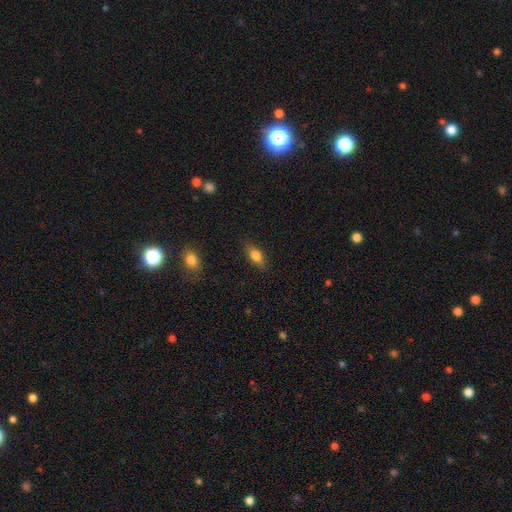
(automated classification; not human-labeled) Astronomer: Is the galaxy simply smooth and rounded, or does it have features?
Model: smooth — 80%.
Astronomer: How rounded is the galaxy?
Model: in between — 83%.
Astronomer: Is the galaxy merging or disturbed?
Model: none — 84%.